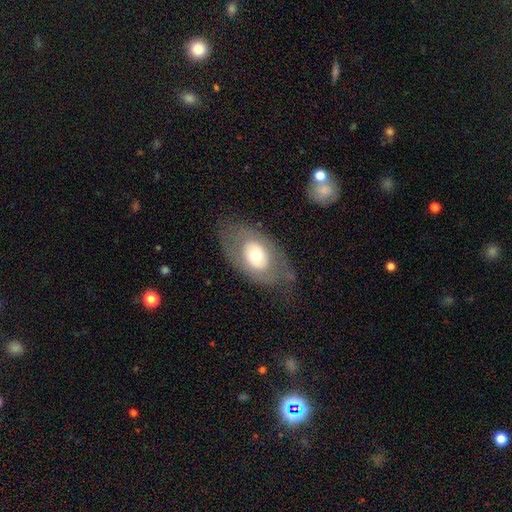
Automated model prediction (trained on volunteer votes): This appears to be a smooth galaxy with no disk features (51%) that is in between round and cigar-shaped (82%). Merging: none (68%).